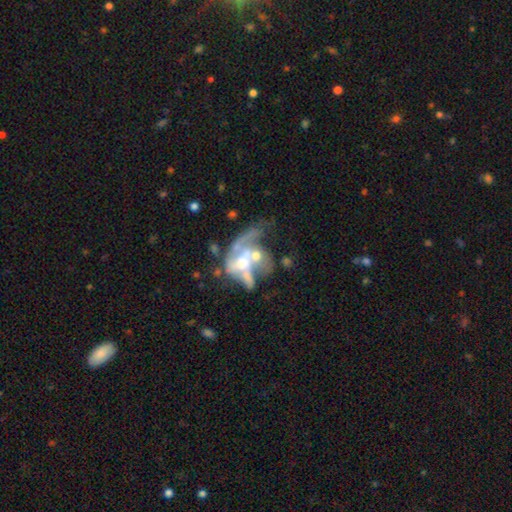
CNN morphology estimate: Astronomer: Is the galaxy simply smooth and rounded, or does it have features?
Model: featured or disk — 67%.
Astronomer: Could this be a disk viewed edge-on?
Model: no — 96%.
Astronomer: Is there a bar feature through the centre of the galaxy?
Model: no — 76%.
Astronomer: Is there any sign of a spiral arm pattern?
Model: no — 65%.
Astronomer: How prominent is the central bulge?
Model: moderate — 54%.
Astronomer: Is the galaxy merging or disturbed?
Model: merger — 46% (runner-up: major disturbance, 32%).